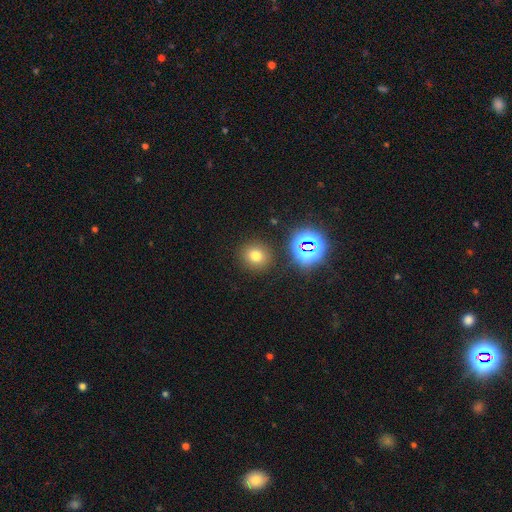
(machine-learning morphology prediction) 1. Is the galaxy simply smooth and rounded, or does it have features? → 71% smooth, 21% star or artifact, 9% featured or disk.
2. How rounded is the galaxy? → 85% round, 14% in between, 1% cigar-shaped.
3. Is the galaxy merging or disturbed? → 87% none, 7% minor disturbance, 3% merger, 3% major disturbance.